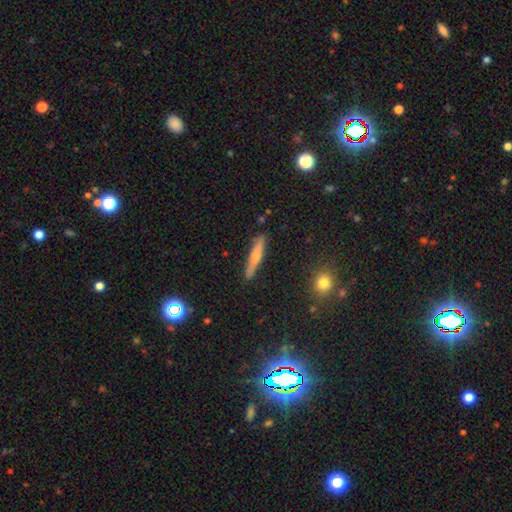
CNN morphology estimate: Smooth or featured? Predicted: featured or disk (p=0.46). Merging? Predicted: none (p=0.88).